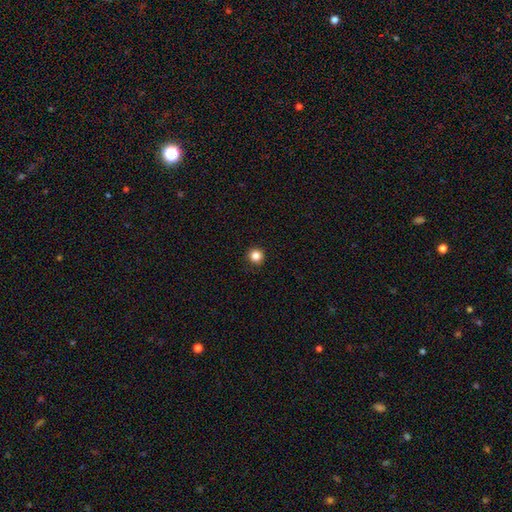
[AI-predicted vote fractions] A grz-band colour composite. It shows a smooth galaxy with no disk features (84%) that is round (96%). Merging: none (93%).